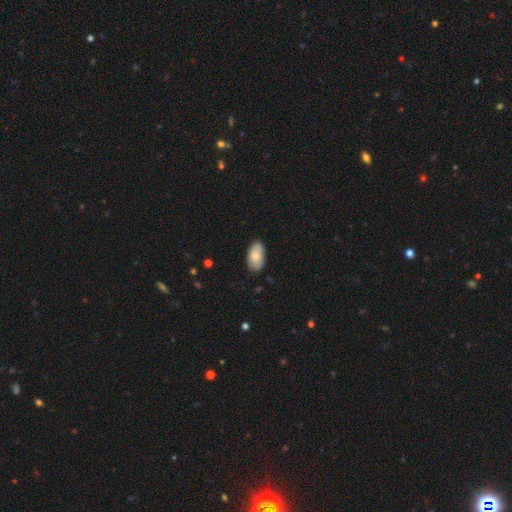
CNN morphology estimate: Smooth or featured?
  - smooth: 79% *
  - featured or disk: 15%
  - star or artifact: 6%
How rounded?
  - in between: 95% *
  - round: 4%
  - cigar-shaped: 2%
Merging?
  - none: 80% *
  - minor disturbance: 16%
  - major disturbance: 3%
  - merger: 1%